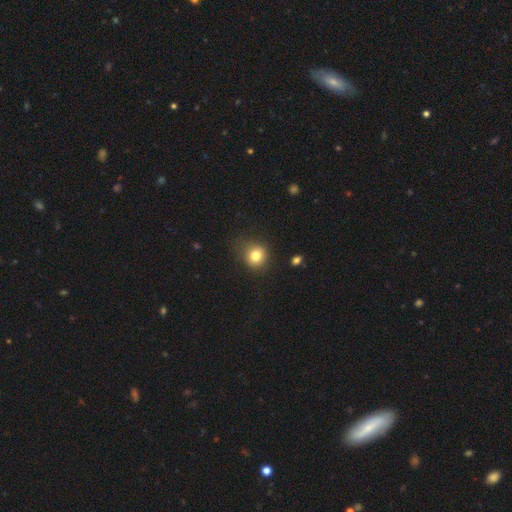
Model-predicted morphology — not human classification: This appears to be a smooth galaxy with no disk features (80%) that is round (82%). Merging: none (75%).